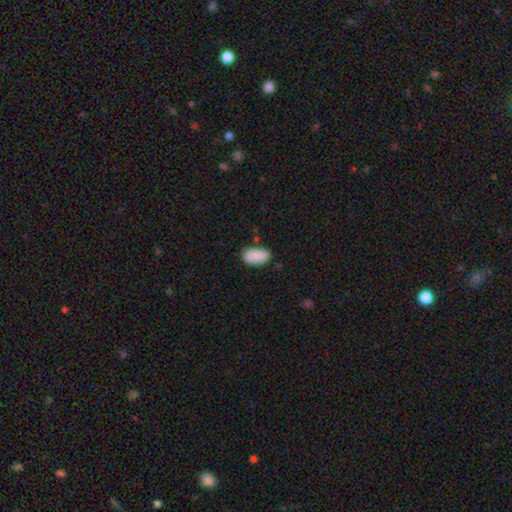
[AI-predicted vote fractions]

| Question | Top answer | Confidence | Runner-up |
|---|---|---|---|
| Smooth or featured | smooth | 89% | star or artifact (7%) |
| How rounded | in between | 94% | round (4%) |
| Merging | none | 79% | minor disturbance (16%) |